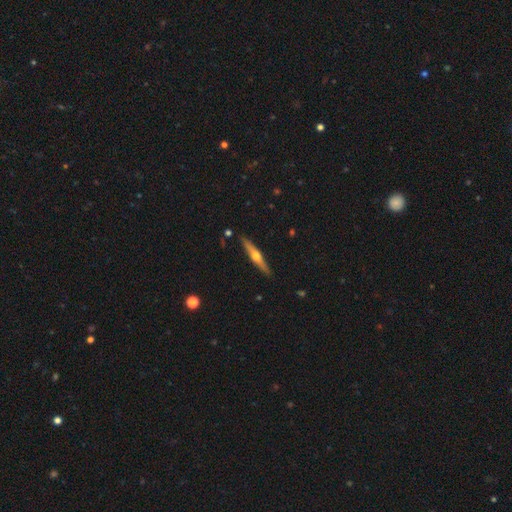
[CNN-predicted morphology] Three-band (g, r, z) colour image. It shows a featured or disk galaxy (69%) viewed edge-on (97%) with a rounded central bulge (94%). Merging: none (90%).